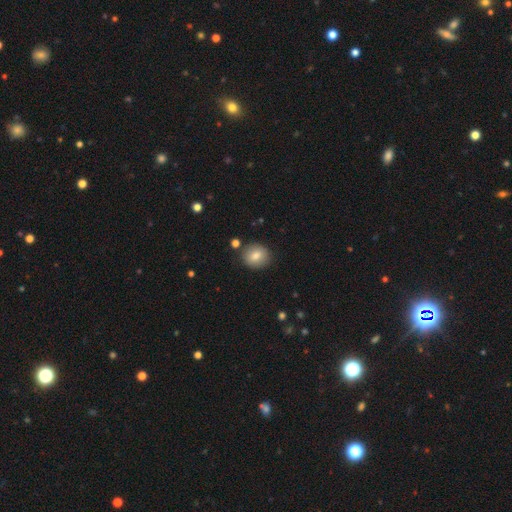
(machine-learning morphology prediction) Overall: smooth (82%). How rounded: round (77%). Merging: none (86%).